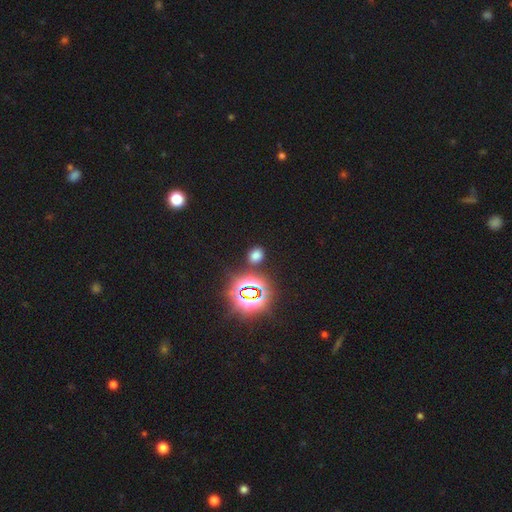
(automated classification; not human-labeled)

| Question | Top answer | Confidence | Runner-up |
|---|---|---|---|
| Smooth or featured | smooth | 60% | star or artifact (34%) |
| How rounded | round | 50% | in between (48%) |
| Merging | none | 85% | minor disturbance (8%) |